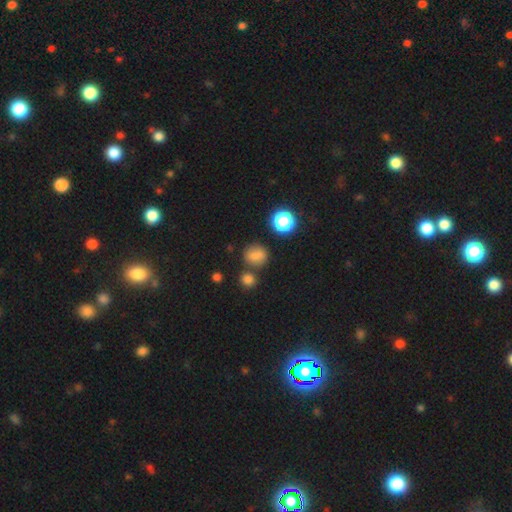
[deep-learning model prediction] Smooth or featured? Predicted: smooth (p=0.78). How rounded? Predicted: round (p=0.73). Merging? Predicted: none (p=0.70).